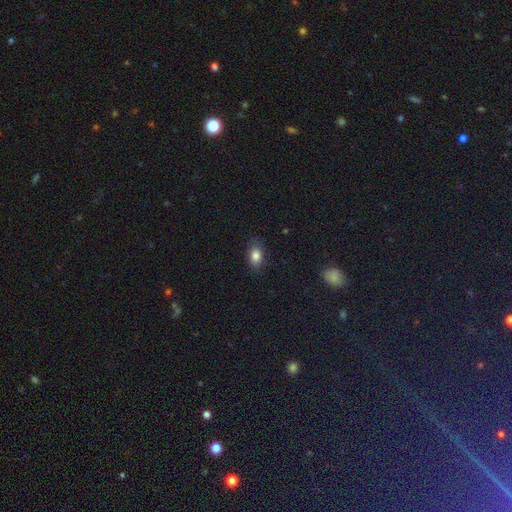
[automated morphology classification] A smooth galaxy with no disk features (83%) that is in between round and cigar-shaped (84%).

Vote fractions:
- Smooth or featured? smooth: 83% / star or artifact: 9% / featured or disk: 7%
- How rounded? in between: 84% / round: 14% / cigar-shaped: 2%
- Merging? none: 83% / minor disturbance: 13% / major disturbance: 3% / merger: 1%